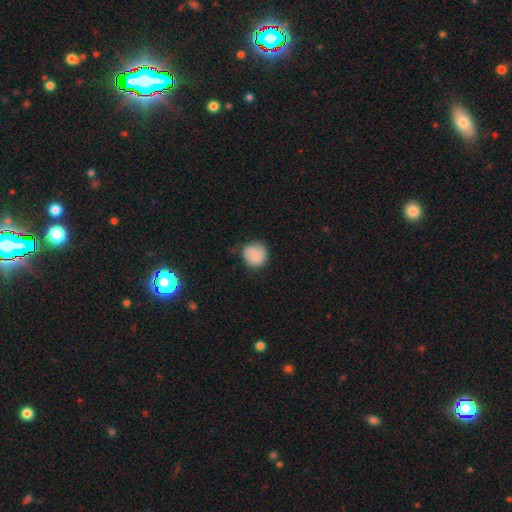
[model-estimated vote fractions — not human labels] Smooth or featured: smooth — 68% (featured or disk — 24%)
How rounded: round — 84% (in between — 15%)
Merging: none — 61% (minor disturbance — 28%)